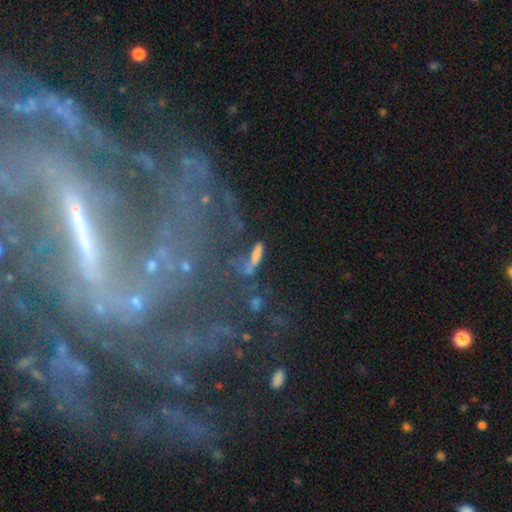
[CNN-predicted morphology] Smooth or featured? Predicted: smooth (p=0.63). How rounded? Predicted: cigar-shaped (p=0.63). Merging? Predicted: none (p=0.51).